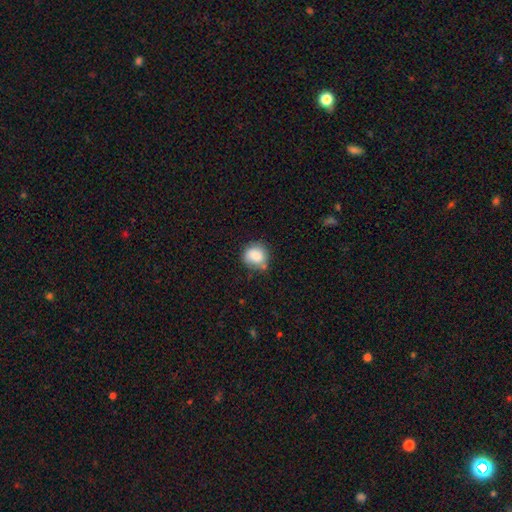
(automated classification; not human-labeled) Morphology: type=smooth (82%); roundness=round (81%); merging=none (62%).